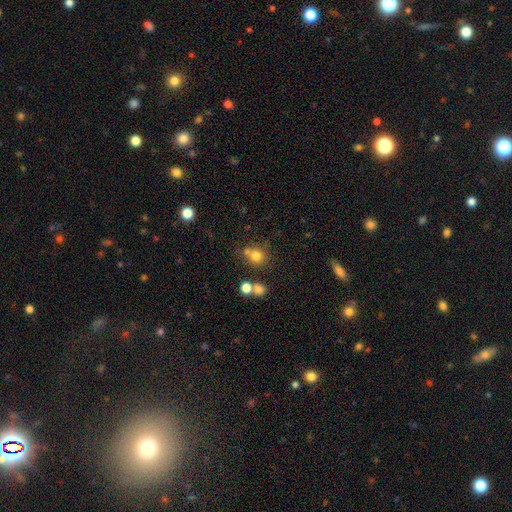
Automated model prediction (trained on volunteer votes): smooth_or_featured: smooth (p=0.76) [alt: star or artifact p=0.14]
how_rounded: round (p=0.82) [alt: in between p=0.17]
merging: none (p=0.57) [alt: merger p=0.25]